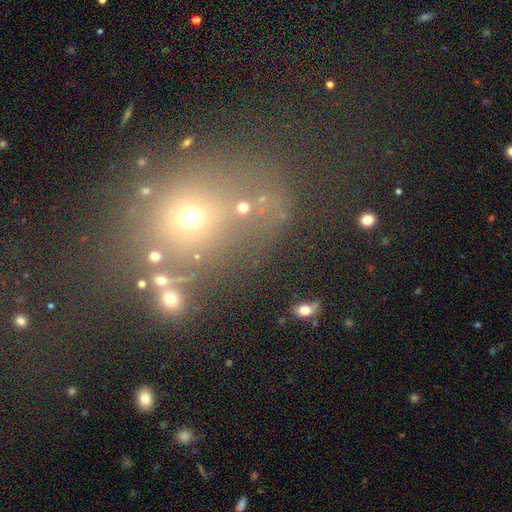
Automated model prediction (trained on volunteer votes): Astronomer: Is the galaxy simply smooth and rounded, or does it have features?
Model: smooth — 48% (runner-up: star or artifact, 37%).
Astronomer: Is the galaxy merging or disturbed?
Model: none — 59%.